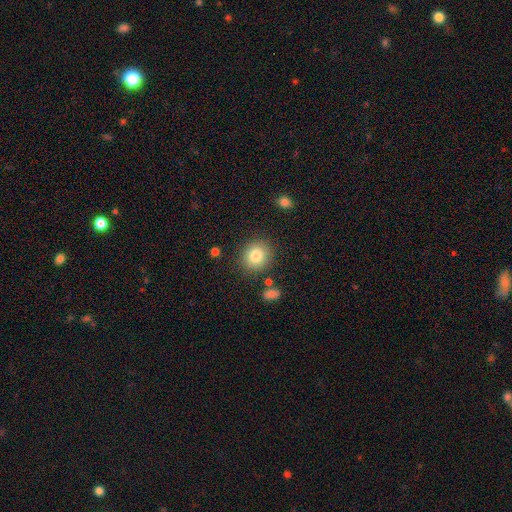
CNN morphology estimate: Smooth or featured: smooth — 82% (star or artifact — 10%)
How rounded: round — 84% (in between — 15%)
Merging: none — 85% (minor disturbance — 9%)